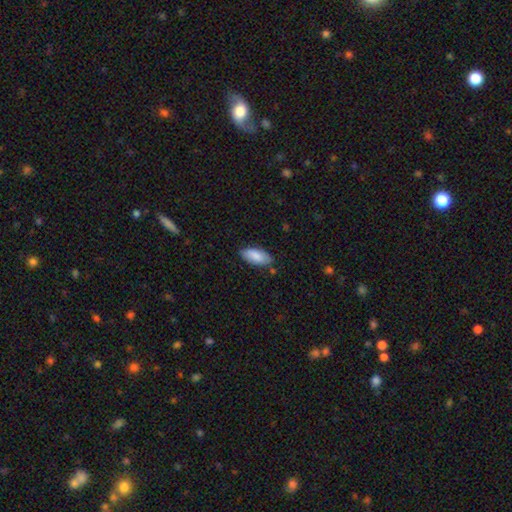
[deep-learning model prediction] Q: Smooth or featured?
A: smooth (85%); runner-up: featured or disk (8%)
Q: How rounded?
A: in between (88%); runner-up: cigar-shaped (10%)
Q: Merging?
A: none (79%); runner-up: minor disturbance (16%)